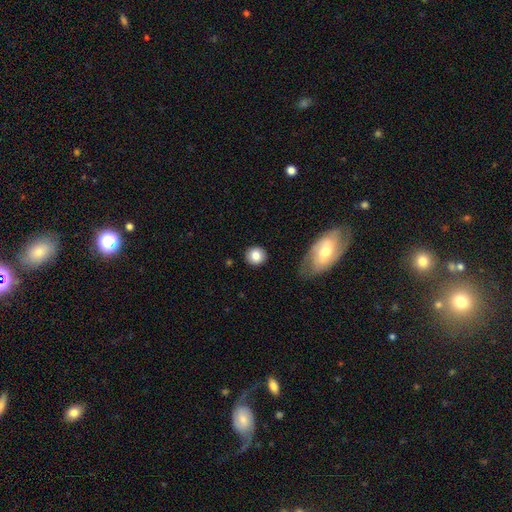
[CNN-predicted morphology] The model was most divided on "smooth or featured": smooth: 83%, star or artifact: 9%, featured or disk: 9%. More confident: how rounded — round (89%); merging — none (87%).